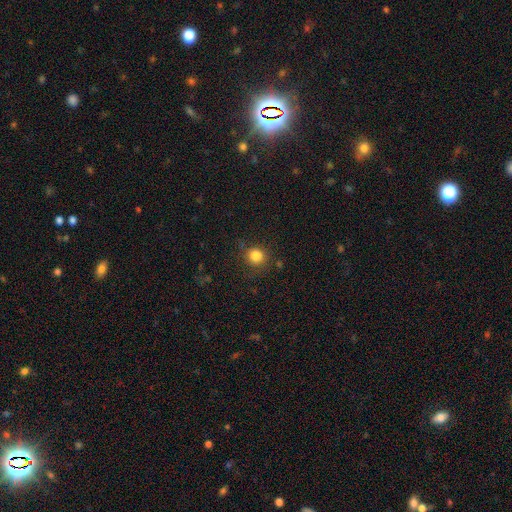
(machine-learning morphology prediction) Smooth or featured: smooth — 83% (star or artifact — 12%)
How rounded: round — 89% (in between — 10%)
Merging: none — 81% (minor disturbance — 13%)